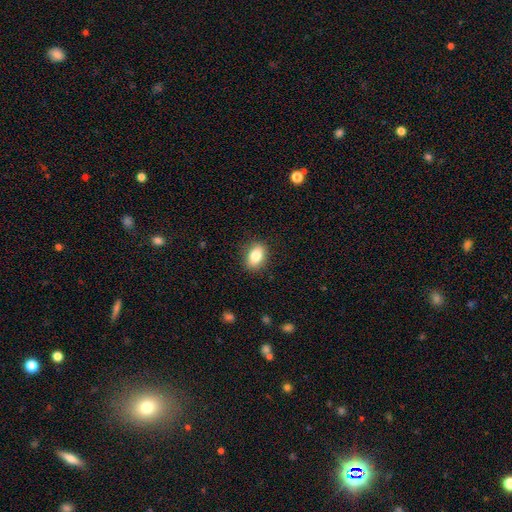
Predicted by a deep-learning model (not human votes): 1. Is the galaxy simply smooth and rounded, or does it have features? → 83% smooth, 8% featured or disk, 8% star or artifact.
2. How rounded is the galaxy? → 81% in between, 17% round, 2% cigar-shaped.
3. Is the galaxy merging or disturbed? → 87% none, 10% minor disturbance, 3% major disturbance, 1% merger.